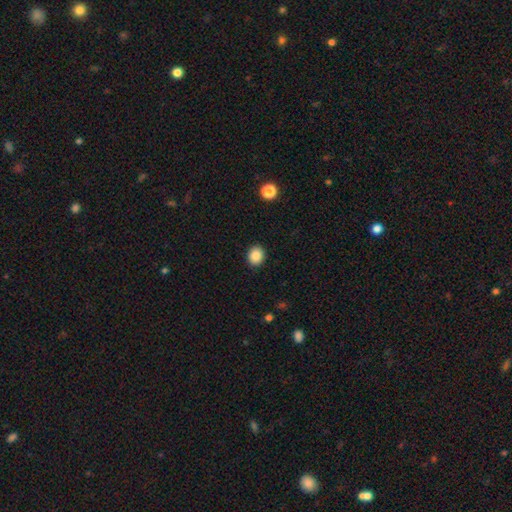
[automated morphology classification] type=smooth (87%); roundness=round (61%); merging=none (91%).